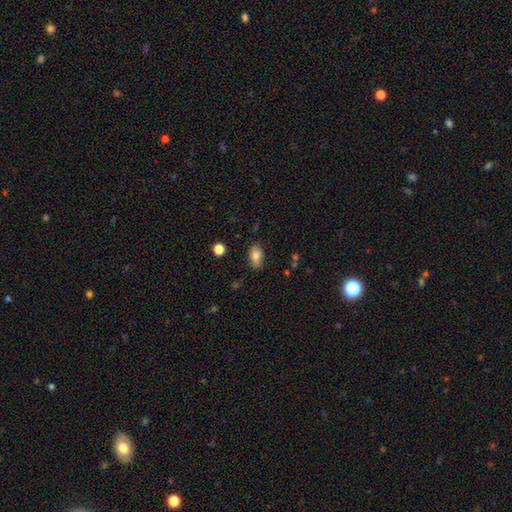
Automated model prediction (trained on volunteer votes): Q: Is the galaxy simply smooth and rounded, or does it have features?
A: smooth — 80%.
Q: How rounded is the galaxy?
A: in between — 89%.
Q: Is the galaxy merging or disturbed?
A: none — 84%.